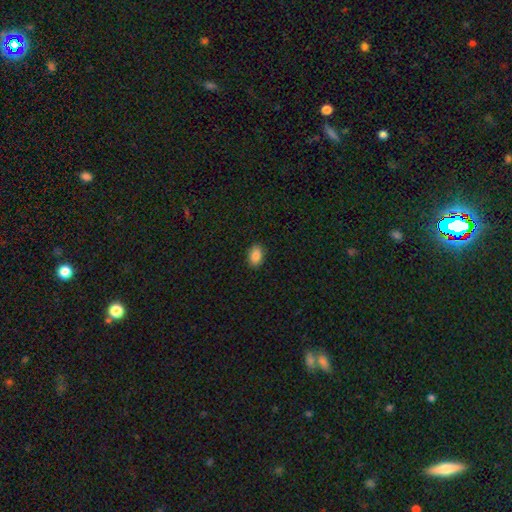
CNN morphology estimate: This is clearly a smooth galaxy (88%). How rounded: clearly in between (86%). Merging: clearly none (89%).